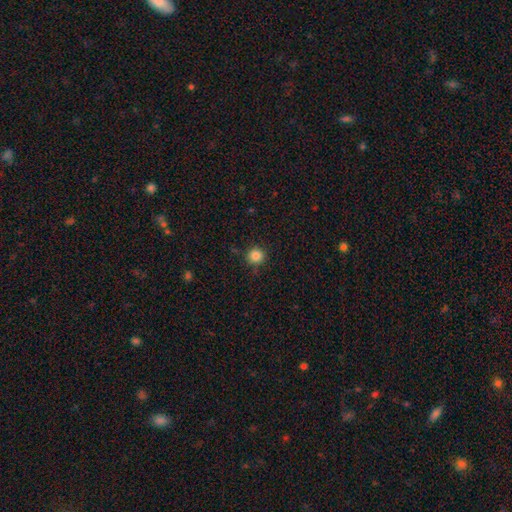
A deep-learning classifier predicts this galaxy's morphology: Smooth or featured? Predicted: smooth (p=0.85). How rounded? Predicted: round (p=0.94). Merging? Predicted: none (p=0.87).